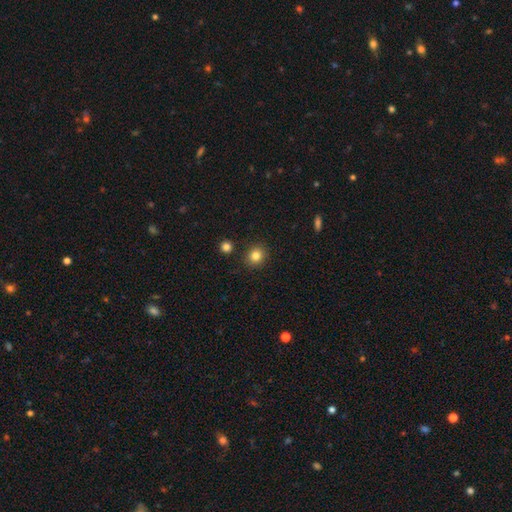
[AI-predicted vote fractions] This is clearly a smooth galaxy (83%). How rounded: clearly round (82%). Merging: clearly none (89%).